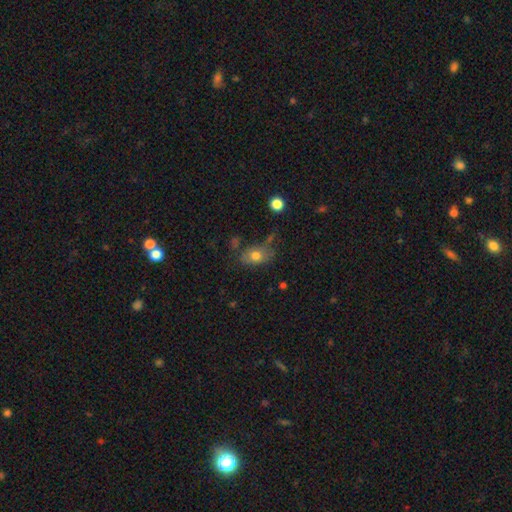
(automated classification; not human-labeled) A smooth galaxy with no disk features (75%) that is in between round and cigar-shaped (81%). Merging: none (62%).